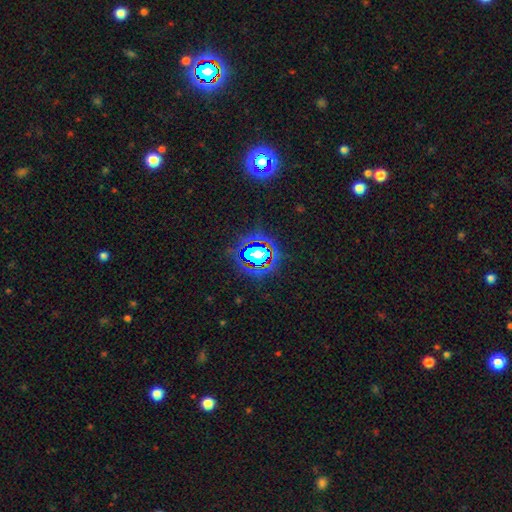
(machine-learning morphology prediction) This is likely a star or artifact rather than a galaxy (78%).